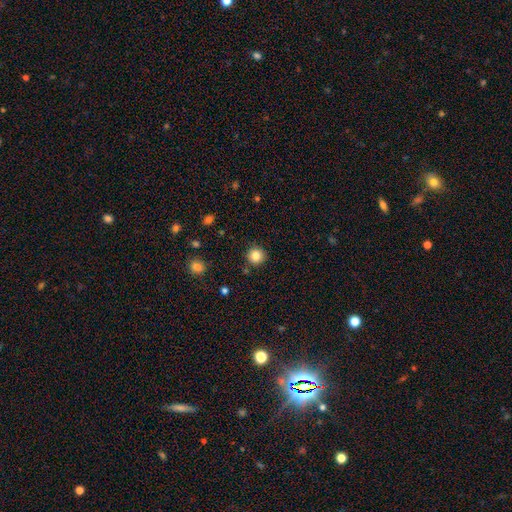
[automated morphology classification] type=smooth (83%); roundness=round (94%); merging=none (89%).